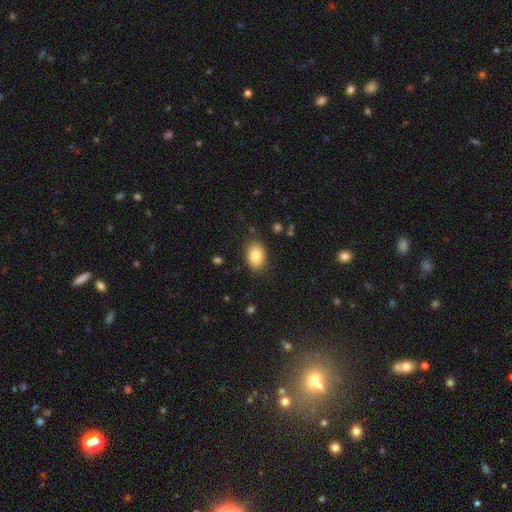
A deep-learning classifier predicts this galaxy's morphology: This appears to be a smooth galaxy with no disk features (84%) that is in between round and cigar-shaped (84%). Merging: none (85%).